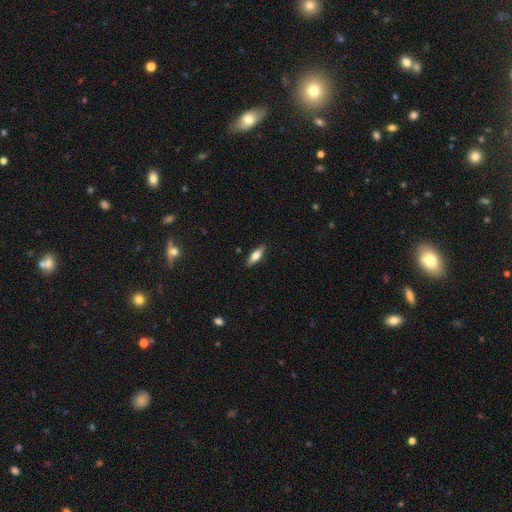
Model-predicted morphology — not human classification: Overall: smooth (61%; featured or disk 32%). How rounded: cigar-shaped (51%; in between 46%). Merging: none (88%).